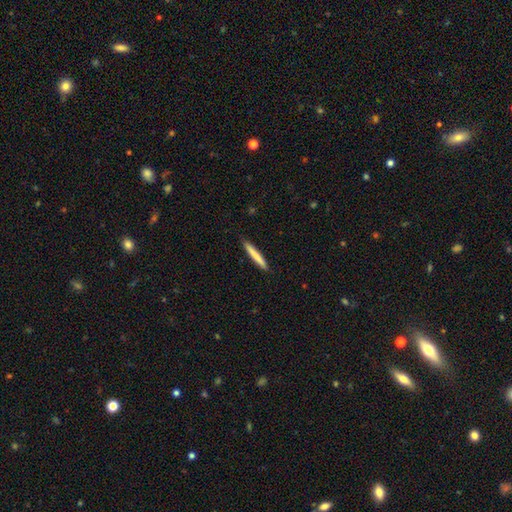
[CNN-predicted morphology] Smooth or featured? Predicted: smooth (p=0.77). How rounded? Predicted: cigar-shaped (p=0.96). Merging? Predicted: none (p=0.91).